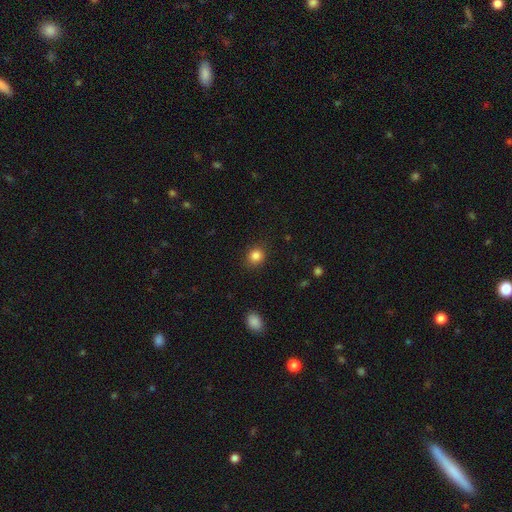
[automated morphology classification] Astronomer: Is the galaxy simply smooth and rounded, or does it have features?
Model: smooth — 85%.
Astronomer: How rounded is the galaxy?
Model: round — 78%.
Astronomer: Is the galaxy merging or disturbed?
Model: none — 87%.